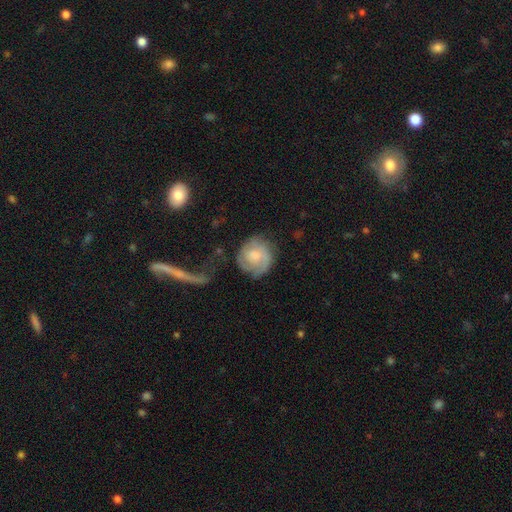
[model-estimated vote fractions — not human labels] Smooth or featured: featured or disk — 58% (smooth — 36%)
Edge-on disk: no — 97% (yes — 3%)
Bar: no — 70% (weak — 26%)
Spiral arms: yes — 84% (no — 16%)
Bulge size: moderate — 43% (small — 28%)
Merging: none — 63% (minor disturbance — 22%)